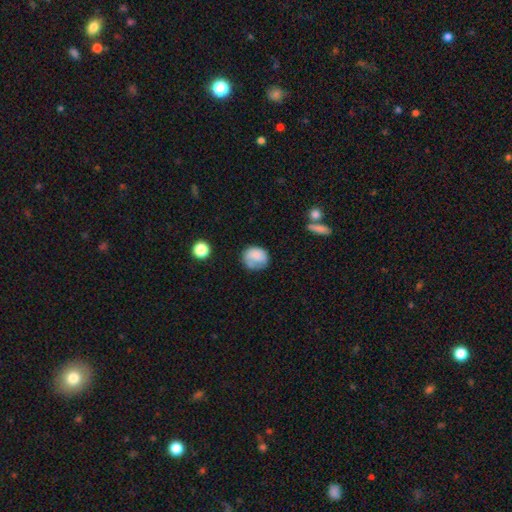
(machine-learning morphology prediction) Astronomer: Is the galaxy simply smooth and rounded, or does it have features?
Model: smooth — 76%.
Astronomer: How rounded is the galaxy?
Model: round — 66%.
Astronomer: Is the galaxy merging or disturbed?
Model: none — 55%.